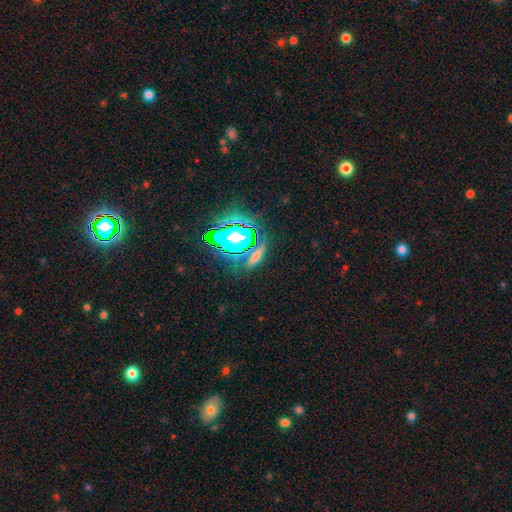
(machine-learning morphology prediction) smooth 46%, star or artifact 34%, featured or disk 19%. Down the decision tree: merging — none (77%).